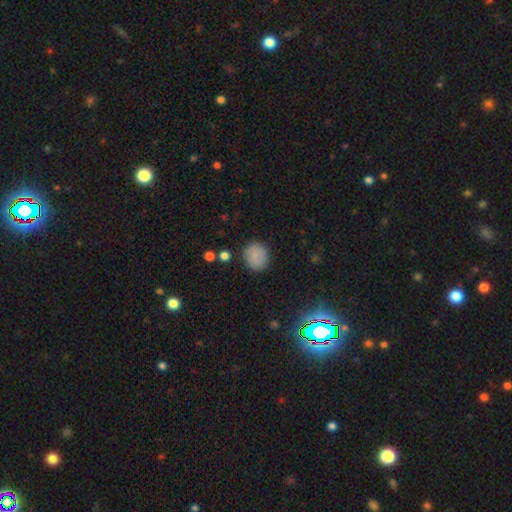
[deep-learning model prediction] Smooth or featured? smooth (84%)
How rounded? round (78%)
Merging? none (87%)